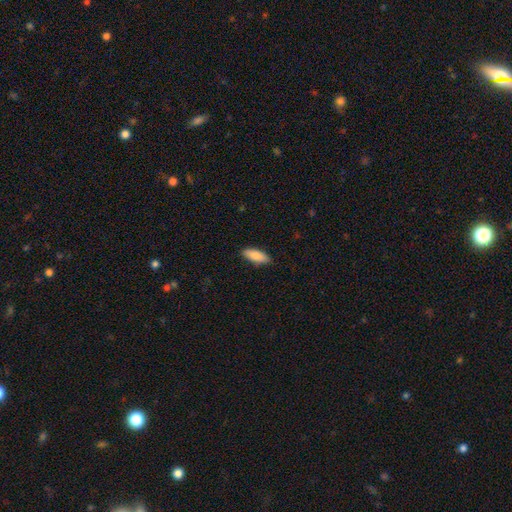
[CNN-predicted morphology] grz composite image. It shows a smooth galaxy with no disk features (87%) that is in between round and cigar-shaped (75%). Merging: none (87%).